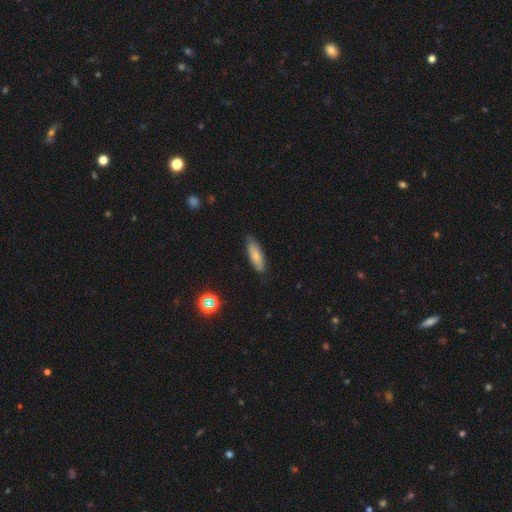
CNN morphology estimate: A smooth galaxy with no disk features (74%) that is in between round and cigar-shaped (53%). Merging: none (81%).